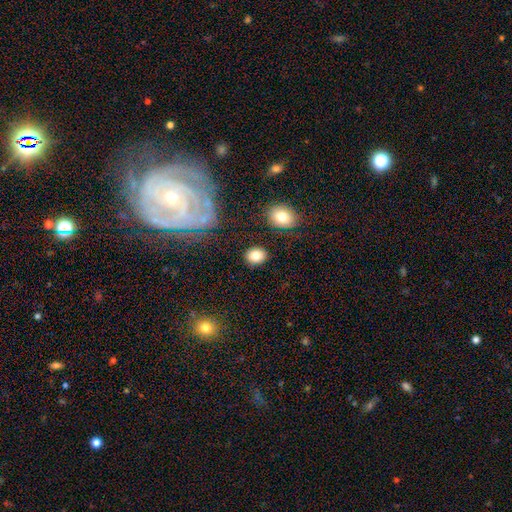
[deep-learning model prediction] Smooth or featured?
  - smooth: 83% *
  - star or artifact: 9%
  - featured or disk: 7%
How rounded?
  - round: 51% *
  - in between: 48%
  - cigar-shaped: 1%
Merging?
  - none: 85% *
  - minor disturbance: 9%
  - major disturbance: 3%
  - merger: 3%